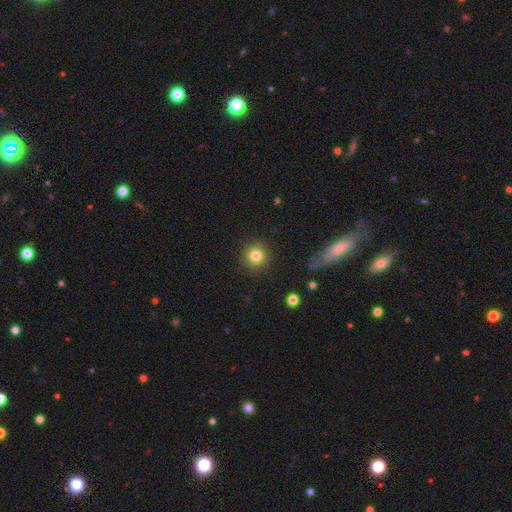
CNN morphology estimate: A smooth galaxy with no disk features (82%) that is round (93%).

Vote fractions:
- Smooth or featured? smooth: 82% / star or artifact: 11% / featured or disk: 7%
- How rounded? round: 93% / in between: 6% / cigar-shaped: 1%
- Merging? none: 89% / minor disturbance: 7% / major disturbance: 3% / merger: 1%